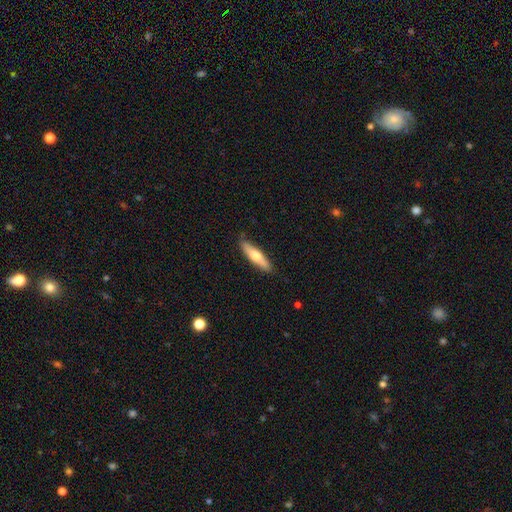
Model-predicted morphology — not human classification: Smooth or featured?
  - smooth: 59% *
  - featured or disk: 36%
  - star or artifact: 5%
How rounded?
  - cigar-shaped: 78% *
  - in between: 20%
  - round: 2%
Merging?
  - none: 86% *
  - minor disturbance: 11%
  - major disturbance: 2%
  - merger: 1%